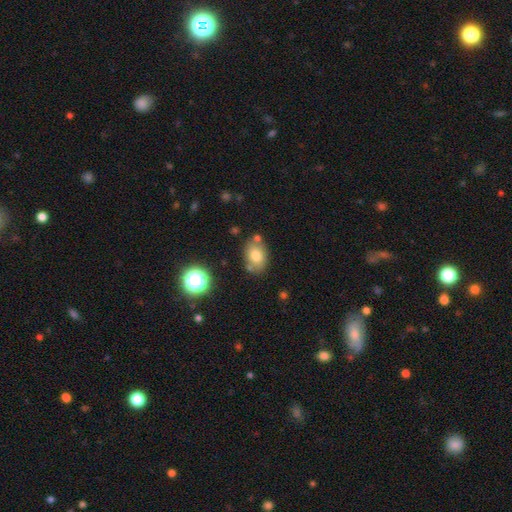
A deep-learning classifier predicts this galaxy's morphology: A smooth galaxy with no disk features (75%) that is in between round and cigar-shaped (79%). Merging: none (72%).